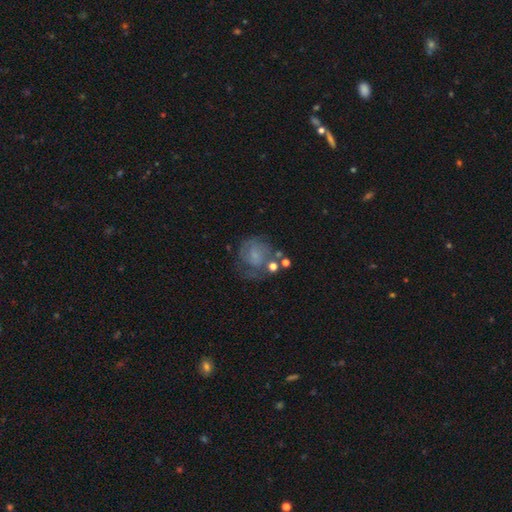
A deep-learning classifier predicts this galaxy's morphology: This appears to be a featured or disk galaxy (50%). Merging: none (47%).